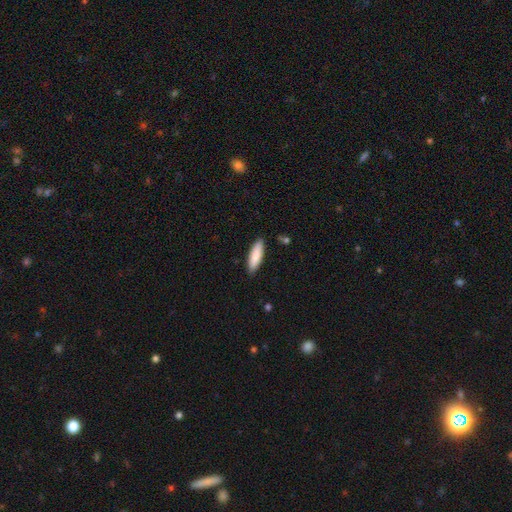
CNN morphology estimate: This is clearly a smooth galaxy (86%). How rounded: possibly cigar-shaped (56%). Merging: clearly none (88%).